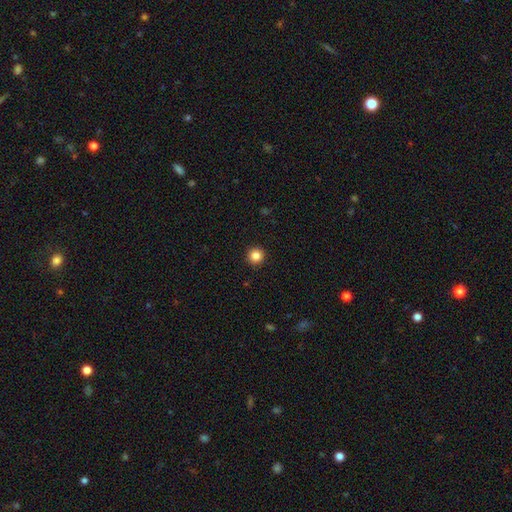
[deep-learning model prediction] Smooth or featured? Predicted: smooth (p=0.85). How rounded? Predicted: round (p=0.96). Merging? Predicted: none (p=0.94).